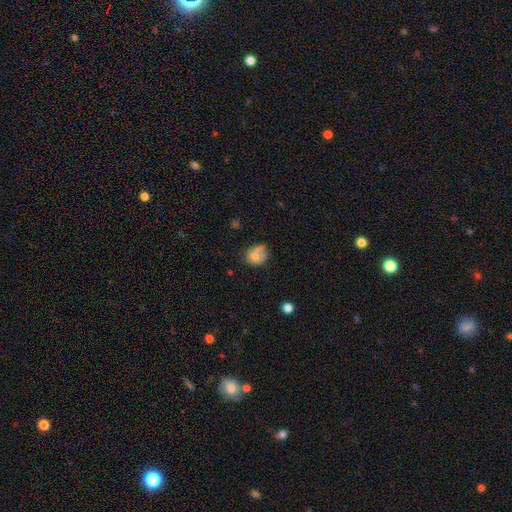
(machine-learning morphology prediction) A smooth galaxy with no disk features (70%) that is round (64%).

Vote fractions:
- Smooth or featured? smooth: 70% / featured or disk: 21% / star or artifact: 9%
- How rounded? round: 64% / in between: 35% / cigar-shaped: 1%
- Merging? none: 42% / merger: 27% / minor disturbance: 22% / major disturbance: 9%